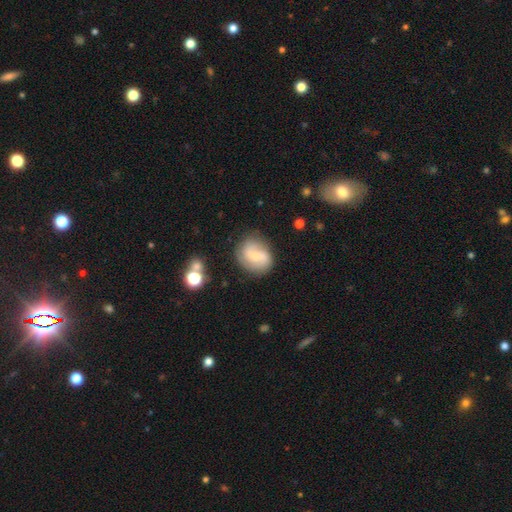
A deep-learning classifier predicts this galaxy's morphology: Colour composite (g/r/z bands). It shows a featured or disk galaxy (63%) with no bar (57%), 2 (66%) medium (45%) spiral arms (89%) and a small central bulge (57%). Merging: none (72%).